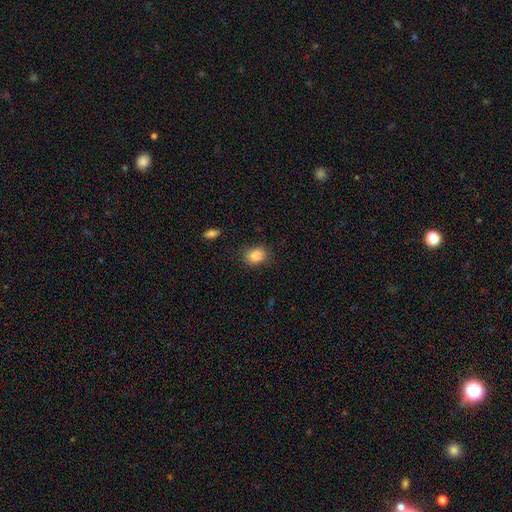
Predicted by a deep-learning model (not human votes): The model was most divided on "how rounded": in between: 51%, round: 48%, cigar-shaped: 1%. More confident: smooth or featured — smooth (86%); merging — none (82%).